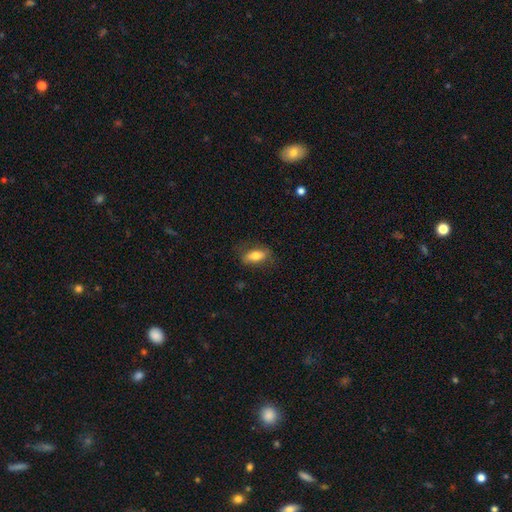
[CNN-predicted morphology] Smooth or featured? Predicted: smooth (p=0.74). How rounded? Predicted: in between (p=0.77). Merging? Predicted: none (p=0.77).